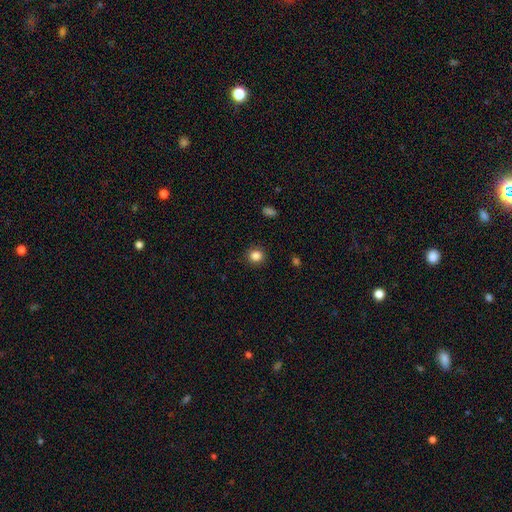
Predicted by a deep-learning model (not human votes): Q: Smooth or featured?
A: smooth (85%); runner-up: star or artifact (11%)
Q: How rounded?
A: round (87%); runner-up: in between (12%)
Q: Merging?
A: none (90%); runner-up: minor disturbance (7%)